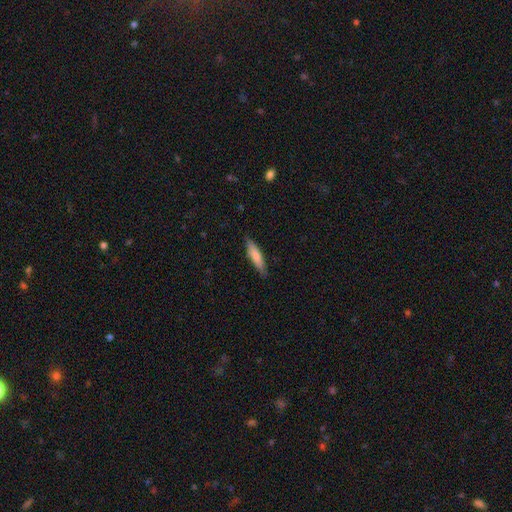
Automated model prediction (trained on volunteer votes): A smooth galaxy with no disk features (76%) that is cigar-shaped (77%).

Vote fractions:
- Smooth or featured? smooth: 76% / featured or disk: 19% / star or artifact: 6%
- How rounded? cigar-shaped: 77% / in between: 21% / round: 1%
- Merging? none: 86% / minor disturbance: 11% / major disturbance: 2% / merger: 1%